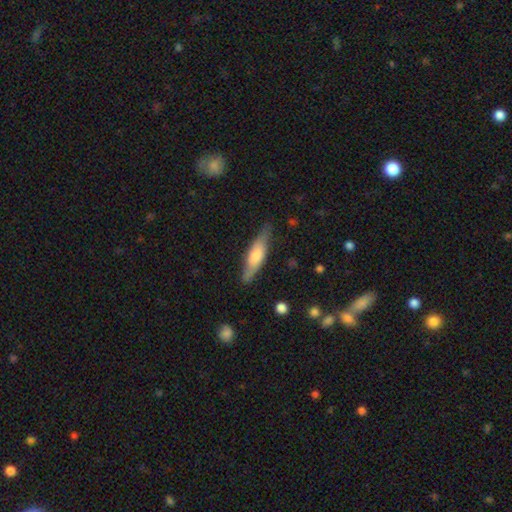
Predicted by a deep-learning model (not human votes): This is possibly a smooth galaxy (51%). How rounded: likely cigar-shaped (67%). Merging: likely none (80%).